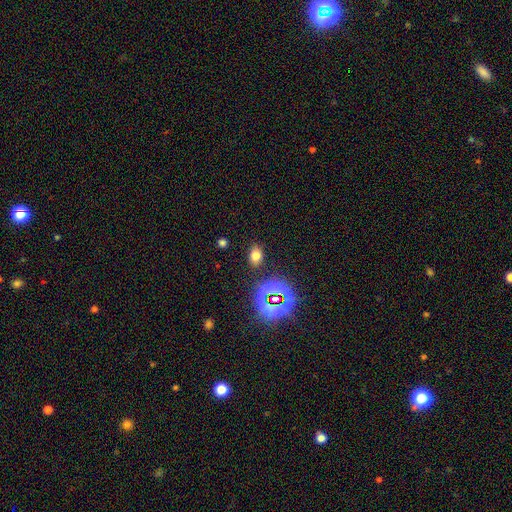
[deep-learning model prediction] Overall: smooth (68%). How rounded: in between (71%). Merging: none (86%).